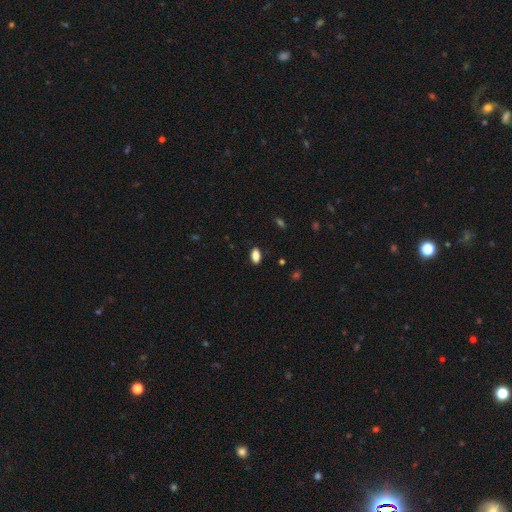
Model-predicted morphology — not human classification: This appears to be a smooth galaxy with no disk features (87%) that is in between round and cigar-shaped (91%). Merging: none (87%).